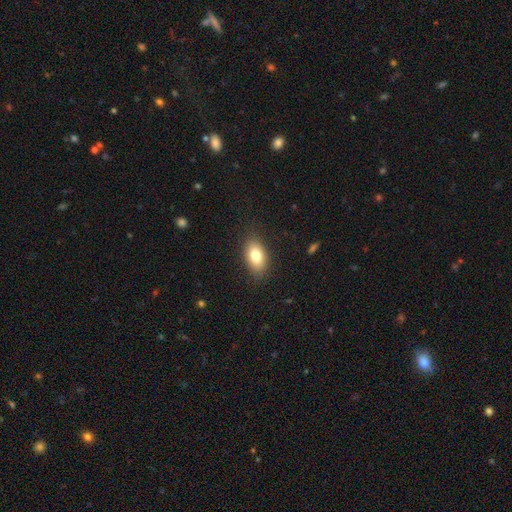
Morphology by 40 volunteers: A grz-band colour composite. It shows a smooth galaxy with no disk features (78%) that is in between round and cigar-shaped (94%). Merging: none (89%).